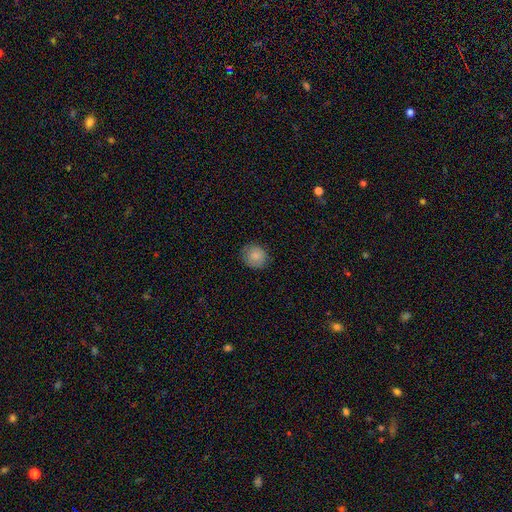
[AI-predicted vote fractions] Smooth or featured: smooth — 83% (featured or disk — 9%)
How rounded: round — 85% (in between — 14%)
Merging: none — 83% (minor disturbance — 13%)